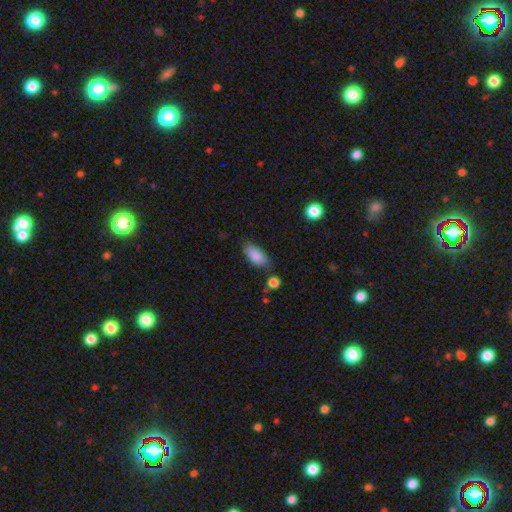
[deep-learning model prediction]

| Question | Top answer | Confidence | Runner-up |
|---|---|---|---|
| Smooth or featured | smooth | 85% | featured or disk (7%) |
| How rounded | in between | 88% | cigar-shaped (10%) |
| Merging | none | 63% | minor disturbance (25%) |